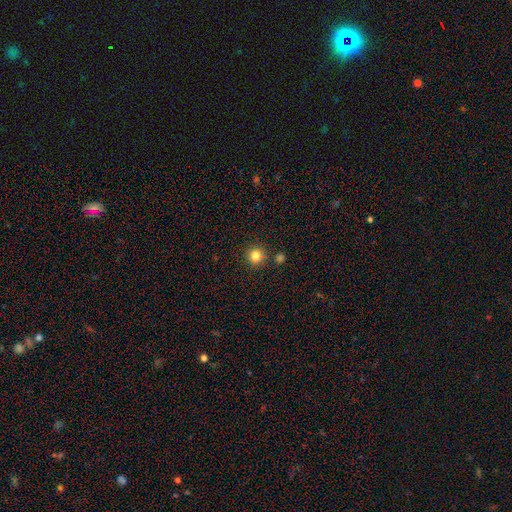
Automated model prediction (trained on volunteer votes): Morphology: type=smooth (82%); roundness=round (94%); merging=none (86%).